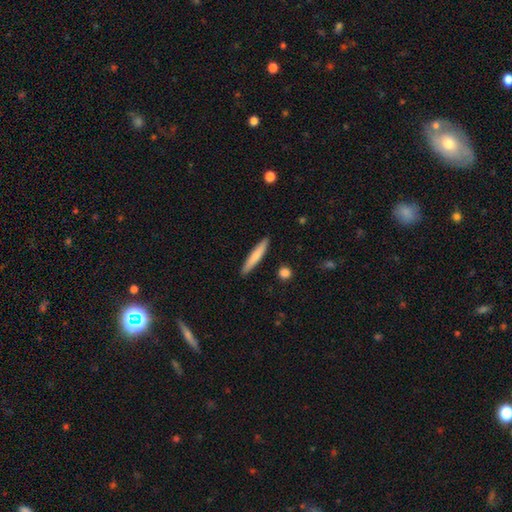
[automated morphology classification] Overall: smooth (74%). How rounded: cigar-shaped (93%). Merging: none (90%).